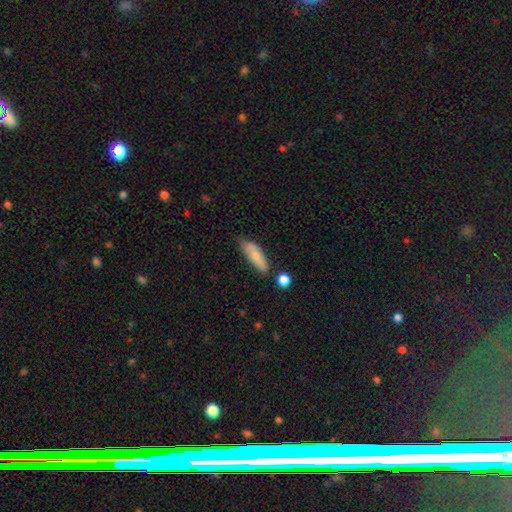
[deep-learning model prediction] Q: Smooth or featured?
A: smooth (76%); runner-up: featured or disk (17%)
Q: How rounded?
A: in between (54%); runner-up: cigar-shaped (44%)
Q: Merging?
A: none (67%); runner-up: minor disturbance (23%)